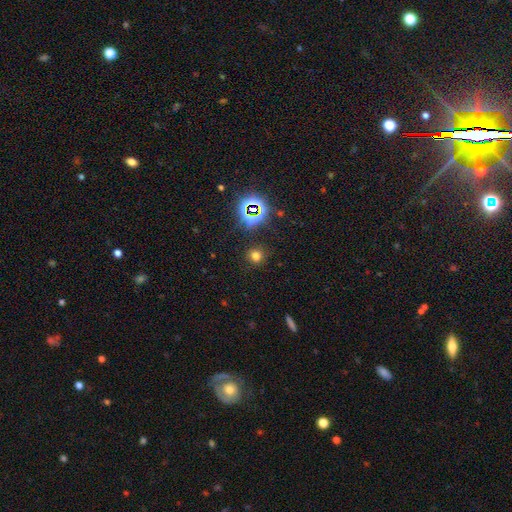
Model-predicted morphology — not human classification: Smooth or featured: smooth — 66% (star or artifact — 27%)
How rounded: round — 87% (in between — 12%)
Merging: none — 86% (minor disturbance — 8%)